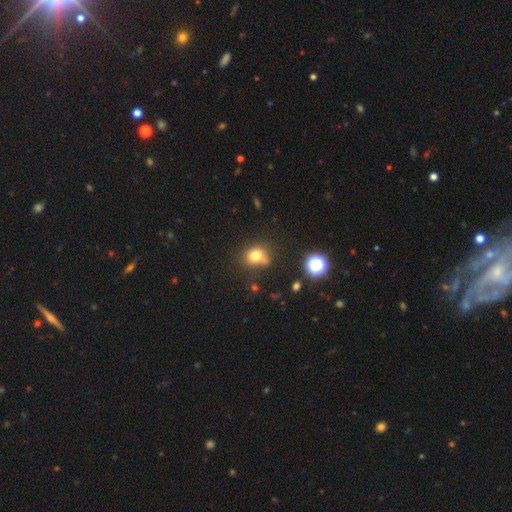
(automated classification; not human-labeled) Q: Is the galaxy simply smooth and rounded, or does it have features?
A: smooth — 76%.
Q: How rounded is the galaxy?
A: round — 65%.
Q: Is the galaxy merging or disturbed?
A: none — 60%.